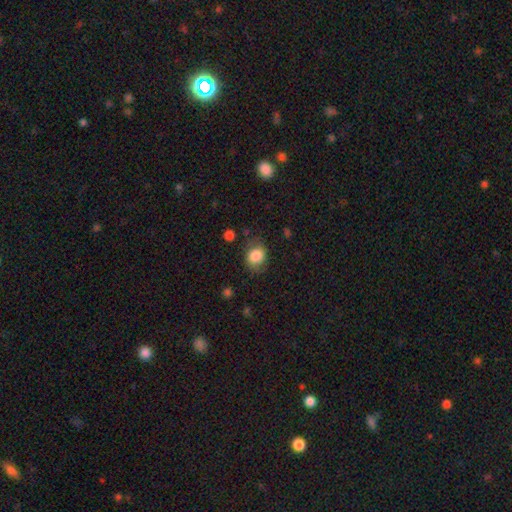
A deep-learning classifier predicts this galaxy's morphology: This appears to be a smooth galaxy with no disk features (83%) that is round (55%). Merging: none (71%).